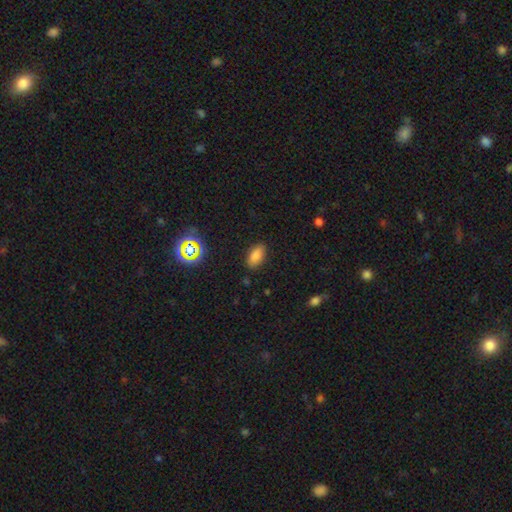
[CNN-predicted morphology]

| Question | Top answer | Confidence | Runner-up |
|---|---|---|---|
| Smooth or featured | smooth | 81% | star or artifact (13%) |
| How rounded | in between | 91% | cigar-shaped (5%) |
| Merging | none | 86% | minor disturbance (10%) |